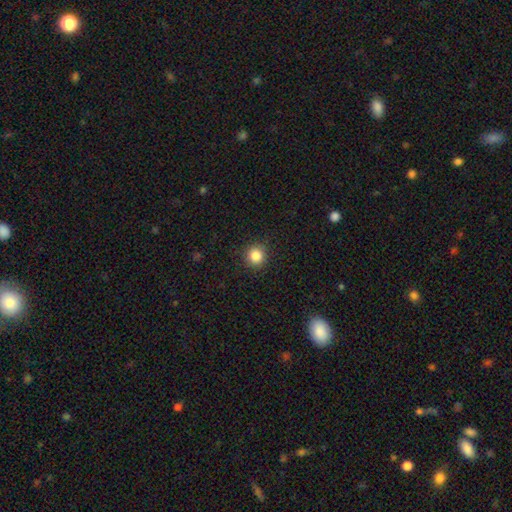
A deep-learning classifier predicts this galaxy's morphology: A smooth galaxy with no disk features (85%) that is round (93%). Merging: none (91%).